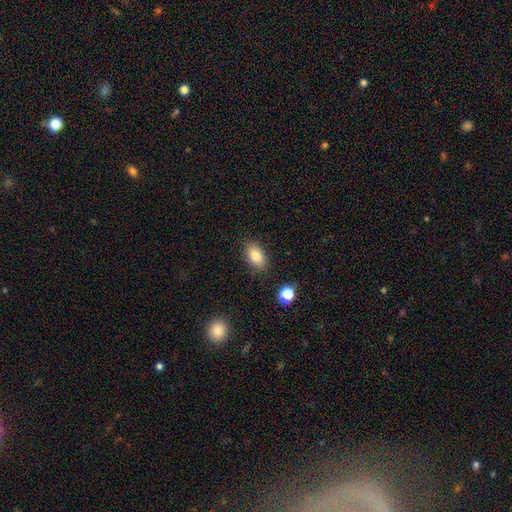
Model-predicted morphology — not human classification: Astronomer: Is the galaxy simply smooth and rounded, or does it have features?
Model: smooth — 85%.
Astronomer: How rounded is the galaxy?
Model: in between — 90%.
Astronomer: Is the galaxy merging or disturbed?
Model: none — 84%.